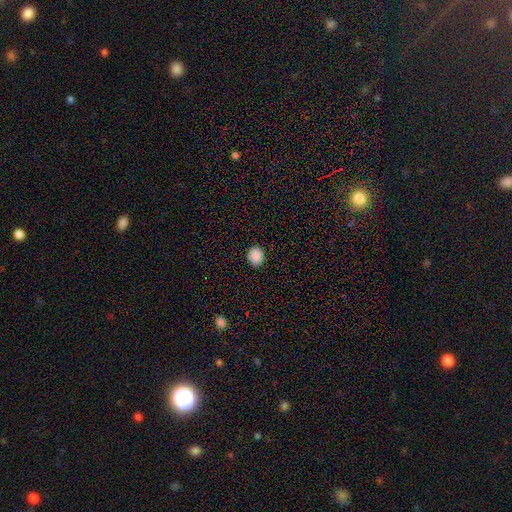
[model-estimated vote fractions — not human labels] Smooth or featured? Predicted: smooth (p=0.88). How rounded? Predicted: round (p=0.70). Merging? Predicted: none (p=0.90).